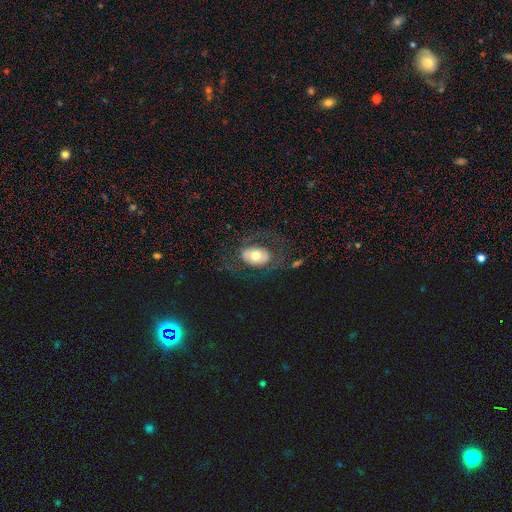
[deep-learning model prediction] smooth_or_featured: smooth (p=0.53) [alt: featured or disk p=0.40]
how_rounded: in between (p=0.83) [alt: round p=0.15]
merging: none (p=0.69) [alt: major disturbance p=0.15]